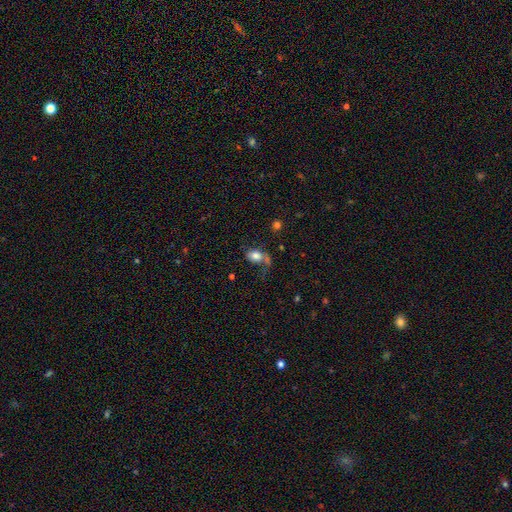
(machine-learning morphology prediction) Overall: smooth (68%). How rounded: in between (70%). Merging: major disturbance (34%; none 33%).